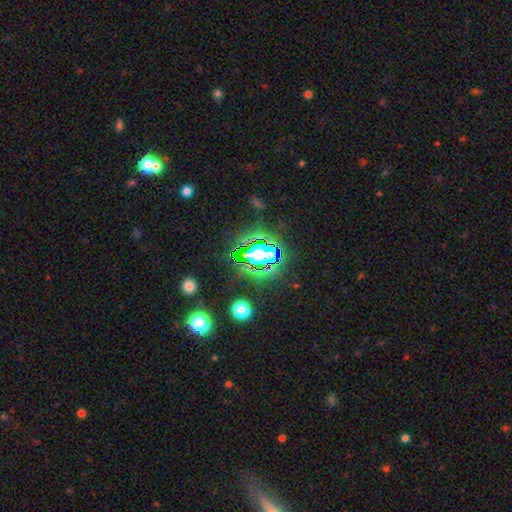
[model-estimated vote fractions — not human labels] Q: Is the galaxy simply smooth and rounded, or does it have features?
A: star or artifact — 66%.